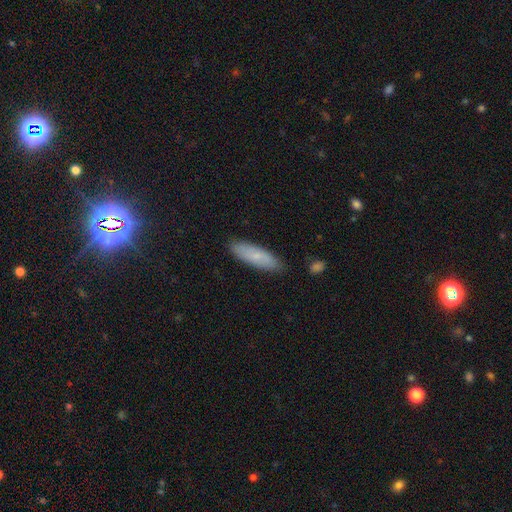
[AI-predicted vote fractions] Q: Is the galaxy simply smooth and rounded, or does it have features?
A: smooth — 70%.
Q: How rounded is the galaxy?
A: cigar-shaped — 53%.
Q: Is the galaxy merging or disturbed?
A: none — 85%.